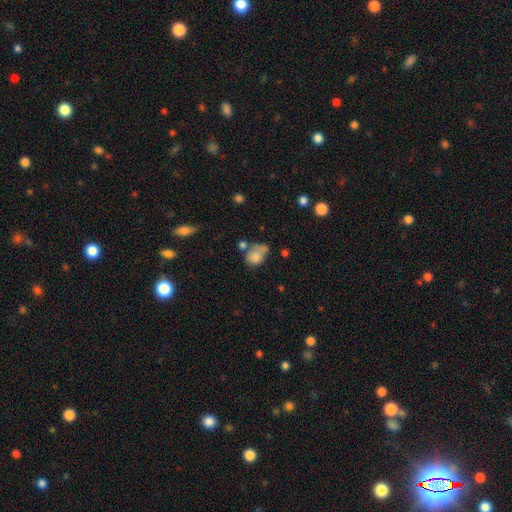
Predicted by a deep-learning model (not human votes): Morphology: type=smooth (76%); roundness=in between (64%); merging=none (31%).